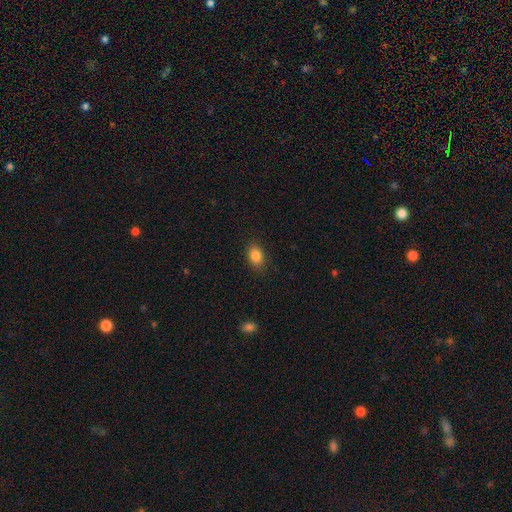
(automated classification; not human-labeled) Smooth or featured?
  - smooth: 85% *
  - star or artifact: 9%
  - featured or disk: 5%
How rounded?
  - in between: 79% *
  - round: 20%
  - cigar-shaped: 1%
Merging?
  - none: 86% *
  - minor disturbance: 10%
  - major disturbance: 3%
  - merger: 1%